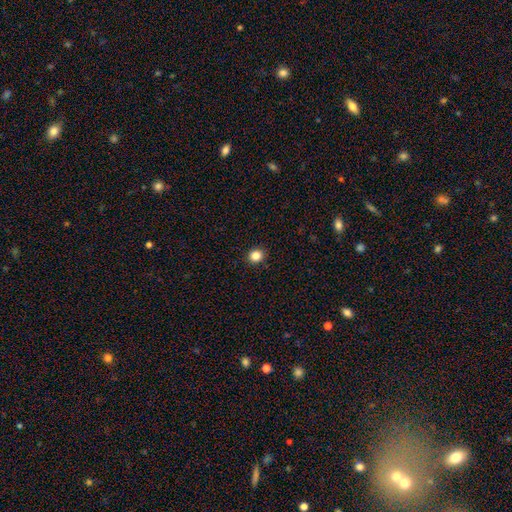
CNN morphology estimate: Q: Smooth or featured?
A: smooth (84%); runner-up: star or artifact (12%)
Q: How rounded?
A: round (87%); runner-up: in between (12%)
Q: Merging?
A: none (93%); runner-up: minor disturbance (5%)